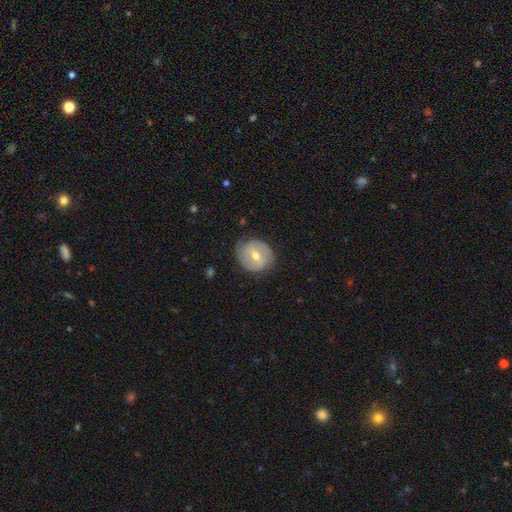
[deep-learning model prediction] This is possibly a featured or disk galaxy (52%). It is clearly not viewed edge-on (96%). Bar: possibly weak (49%). Spiral arm pattern: likely yes (63%). Central bulge: likely moderate (69%). Merging: likely none (78%).